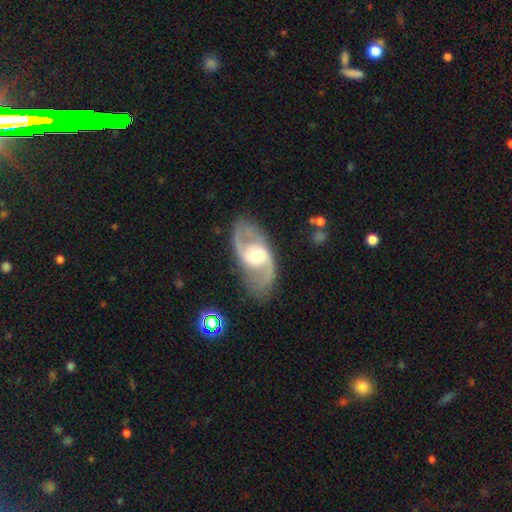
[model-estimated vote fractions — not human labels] smooth-or-featured: featured or disk: 86% | smooth: 9% | star or artifact: 5%
  disk-edge-on: no: 95% | yes: 5%
    bar: no: 49% | weak: 38% | strong: 13%
    has-spiral-arms: yes: 93% | no: 7%
      spiral-winding: medium: 50% | loose: 36% | tight: 14%
      spiral-arm-count: 2: 92% | can't tell: 3% | 1: 2% | 3: 1% | 4: 1% | more than 4: 1%
    bulge-size: moderate: 70% | large: 17% | small: 11% | dominant: 1% | none: 1%
  merging: none: 82% | minor disturbance: 12% | major disturbance: 5% | merger: 1%